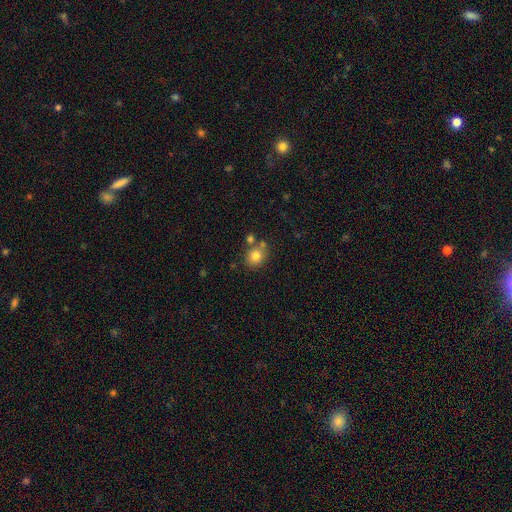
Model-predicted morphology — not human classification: Smooth or featured? Predicted: smooth (p=0.80). How rounded? Predicted: round (p=0.70). Merging? Predicted: none (p=0.67).